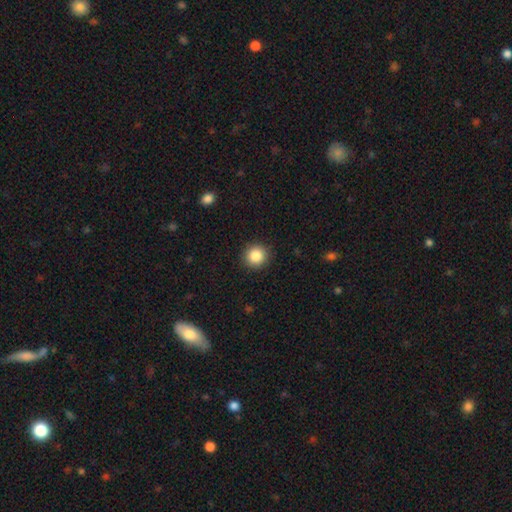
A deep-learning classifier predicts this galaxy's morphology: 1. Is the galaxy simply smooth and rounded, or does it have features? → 86% smooth, 9% star or artifact, 5% featured or disk.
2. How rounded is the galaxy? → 93% round, 6% in between, 1% cigar-shaped.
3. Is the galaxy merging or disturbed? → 91% none, 6% minor disturbance, 2% major disturbance, 1% merger.